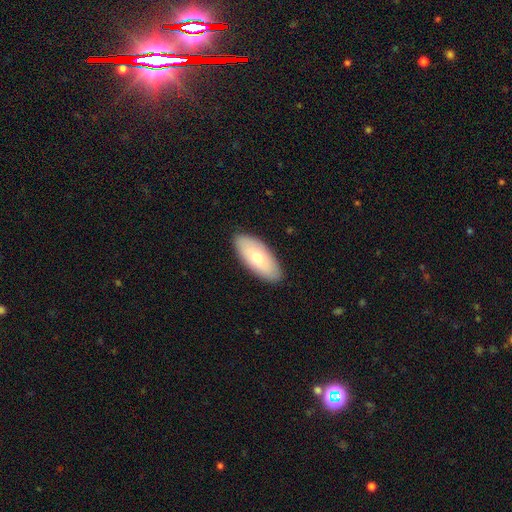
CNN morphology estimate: Smooth or featured? Predicted: smooth (p=0.70). How rounded? Predicted: in between (p=0.89). Merging? Predicted: none (p=0.89).